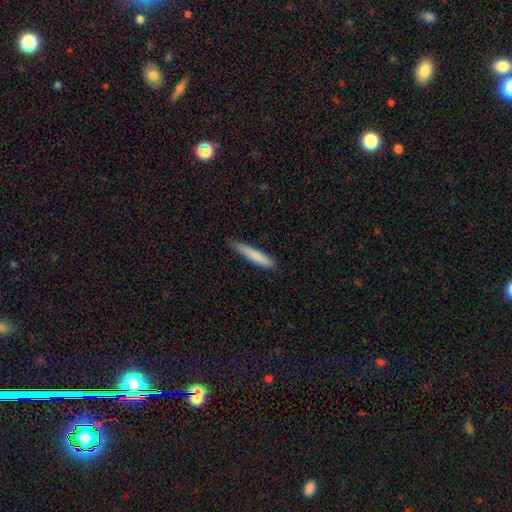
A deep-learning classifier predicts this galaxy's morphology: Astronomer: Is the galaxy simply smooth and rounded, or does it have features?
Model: smooth — 80%.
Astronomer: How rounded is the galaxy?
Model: cigar-shaped — 92%.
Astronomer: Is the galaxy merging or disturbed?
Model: none — 80%.